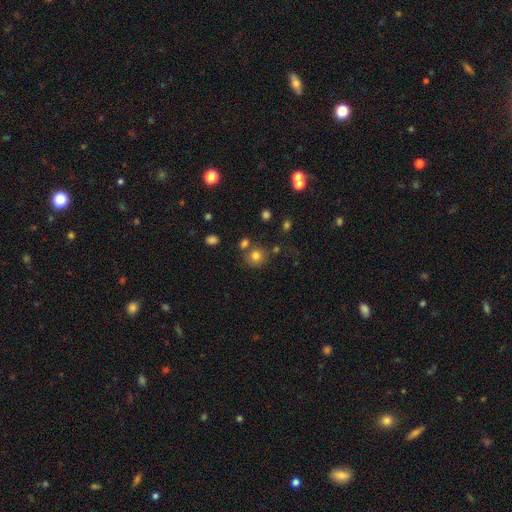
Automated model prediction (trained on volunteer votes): smooth_or_featured: smooth (p=0.77) [alt: star or artifact p=0.14]
how_rounded: round (p=0.85) [alt: in between p=0.14]
merging: none (p=0.69) [alt: merger p=0.14]